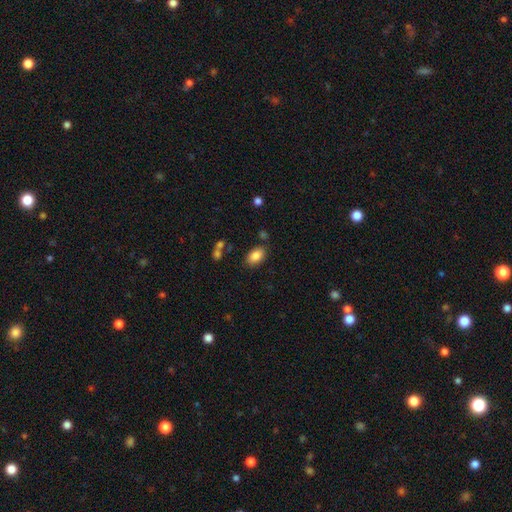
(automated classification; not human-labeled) Smooth or featured? smooth (86%)
How rounded? in between (90%)
Merging? none (80%)